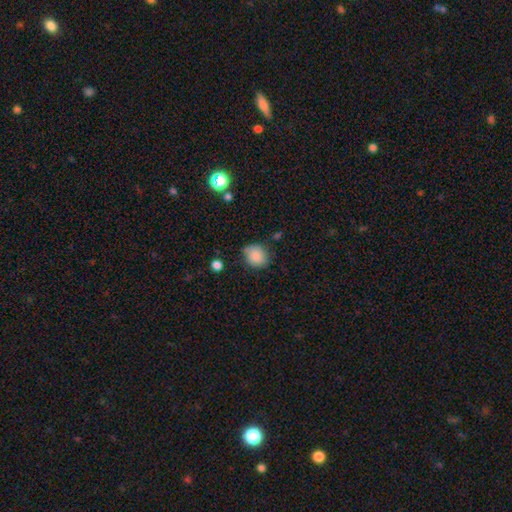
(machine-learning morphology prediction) The model was most divided on "how rounded": round: 70%, in between: 29%, cigar-shaped: 1%. More confident: smooth or featured — smooth (85%); merging — none (68%).